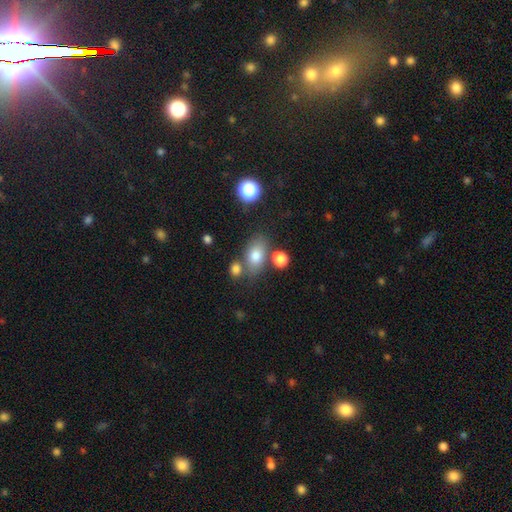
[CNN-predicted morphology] Overall: smooth (76%). How rounded: in between (82%). Merging: none (64%).